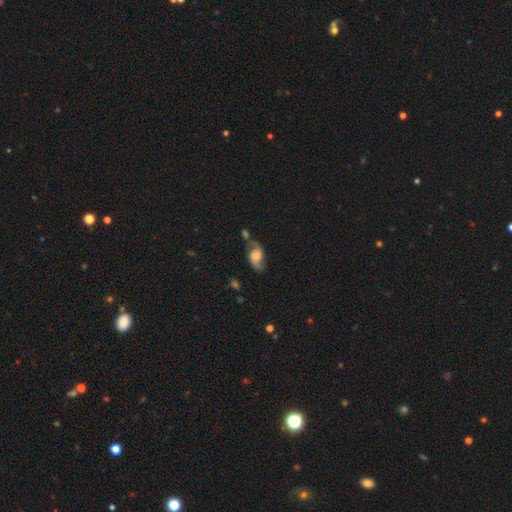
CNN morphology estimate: This is likely a featured or disk galaxy (60%). It is clearly not viewed edge-on (94%). Bar: likely no (62%). Spiral arm pattern: clearly yes (88%). Central bulge: marginally moderate (37%). Merging: possibly none (51%).